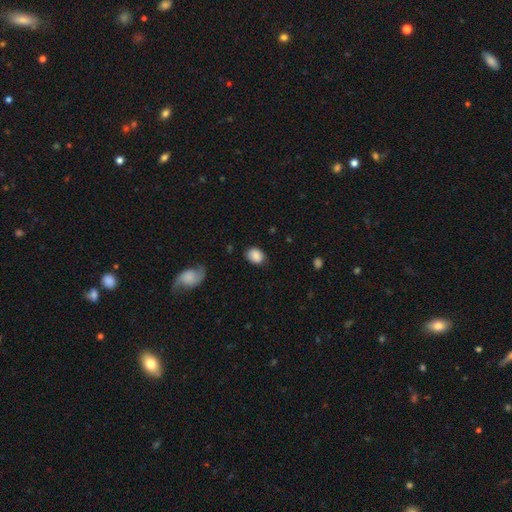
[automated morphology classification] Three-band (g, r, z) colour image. It shows a smooth galaxy with no disk features (84%) that is in between round and cigar-shaped (62%). Merging: none (74%).